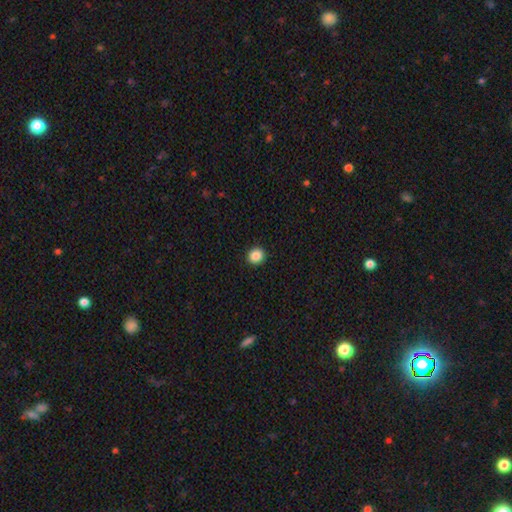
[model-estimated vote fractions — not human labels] The model was most divided on "smooth or featured": smooth: 87%, star or artifact: 9%, featured or disk: 3%. More confident: merging — none (93%); how rounded — round (89%).